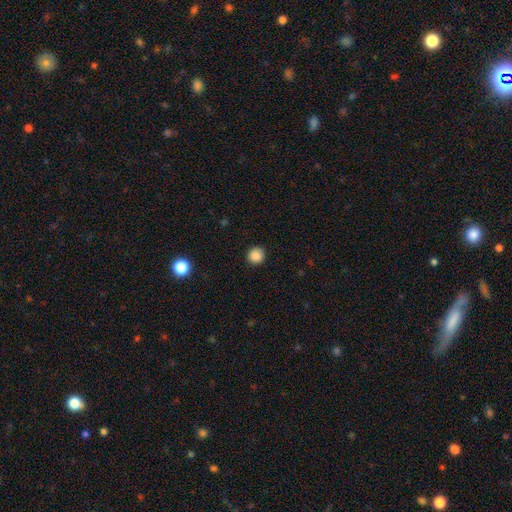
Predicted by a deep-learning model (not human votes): The model was most divided on "smooth or featured": smooth: 87%, star or artifact: 10%, featured or disk: 3%. More confident: how rounded — round (91%); merging — none (90%).